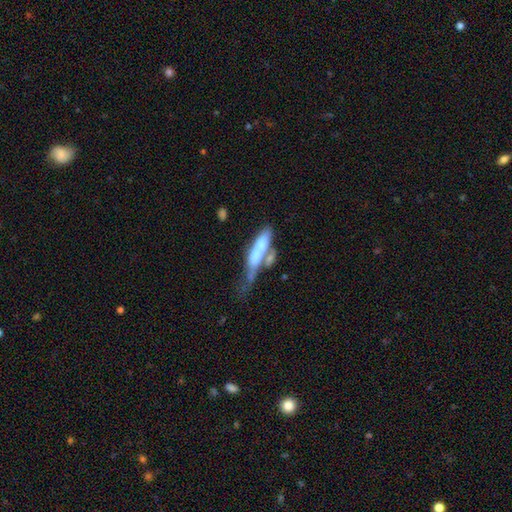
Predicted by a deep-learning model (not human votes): smooth-or-featured: smooth: 51% | featured or disk: 41% | star or artifact: 8%
  how-rounded: cigar-shaped: 55% | in between: 42% | round: 3%
  merging: merger: 54% | major disturbance: 18% | none: 16% | minor disturbance: 12%